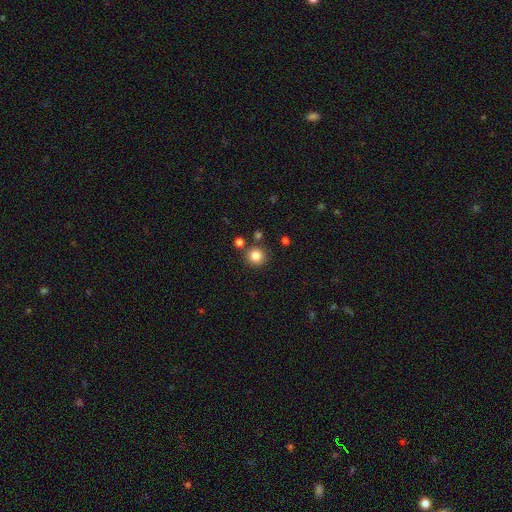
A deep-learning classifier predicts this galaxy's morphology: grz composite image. It shows a smooth galaxy with no disk features (84%) that is round (93%). Merging: none (83%).